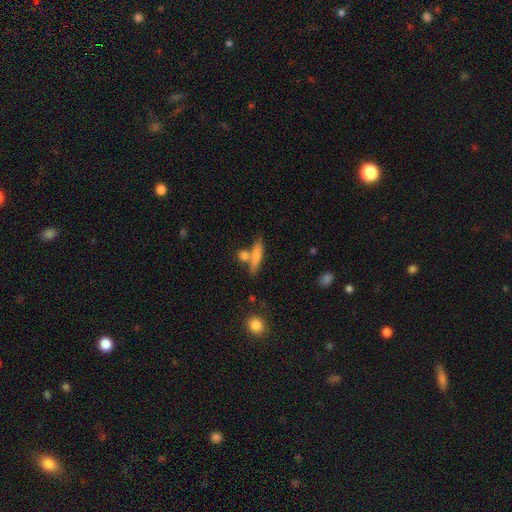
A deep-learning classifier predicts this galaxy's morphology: smooth-or-featured: smooth: 68% | featured or disk: 25% | star or artifact: 7%
  how-rounded: cigar-shaped: 76% | in between: 19% | round: 5%
  merging: none: 65% | merger: 20% | minor disturbance: 11% | major disturbance: 4%